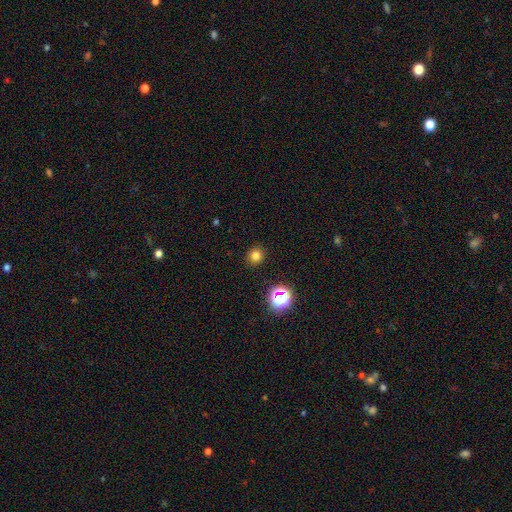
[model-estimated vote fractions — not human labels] This is likely a smooth galaxy (77%). How rounded: clearly round (89%). Merging: clearly none (91%).